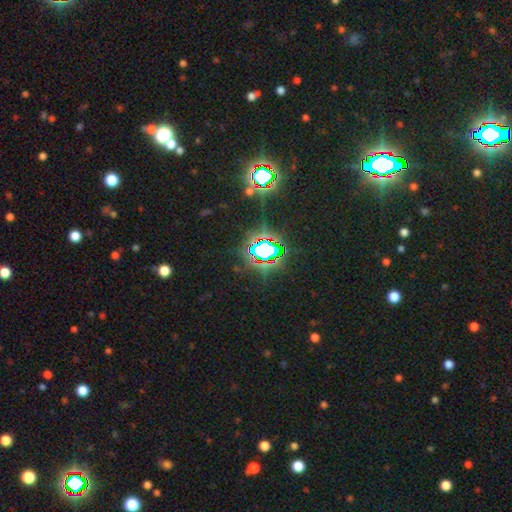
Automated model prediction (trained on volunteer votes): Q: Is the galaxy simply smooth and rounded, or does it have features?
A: star or artifact — 83%.